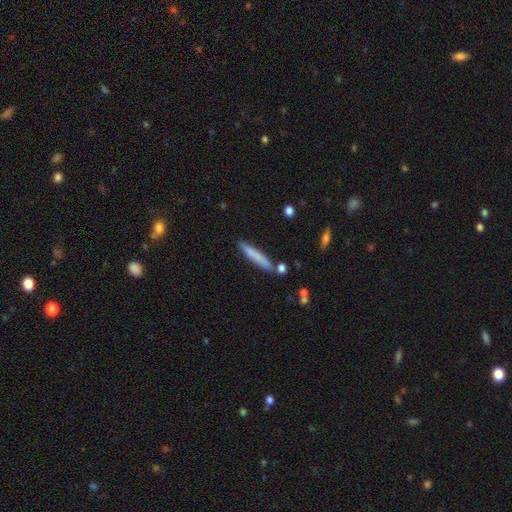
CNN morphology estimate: This appears to be a smooth galaxy with no disk features (73%) that is cigar-shaped (93%). Merging: none (81%).